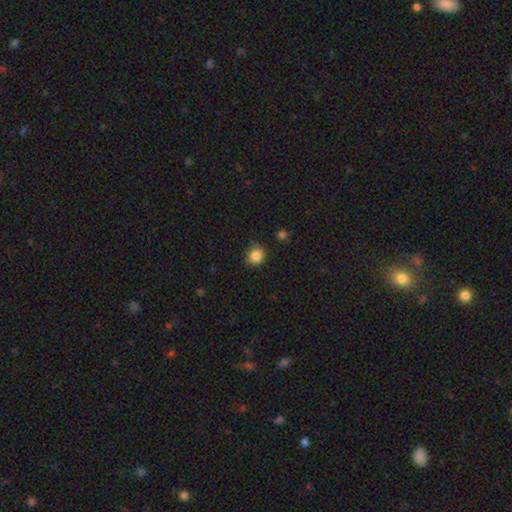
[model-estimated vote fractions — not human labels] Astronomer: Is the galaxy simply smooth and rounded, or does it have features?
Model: smooth — 86%.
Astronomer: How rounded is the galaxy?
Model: round — 89%.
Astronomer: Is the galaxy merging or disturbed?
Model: none — 81%.